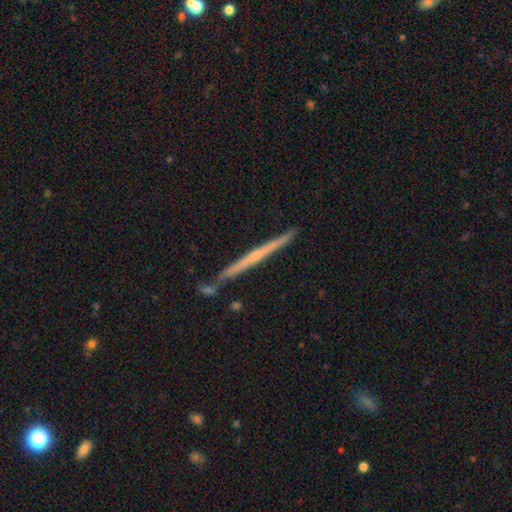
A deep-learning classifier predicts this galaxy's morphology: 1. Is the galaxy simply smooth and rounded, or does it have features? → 73% featured or disk, 21% smooth, 6% star or artifact.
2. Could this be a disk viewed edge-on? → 98% yes, 2% no.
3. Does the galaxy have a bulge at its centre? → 50% none, 45% rounded, 5% boxy.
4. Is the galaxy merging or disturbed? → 83% none, 9% minor disturbance, 6% merger, 2% major disturbance.